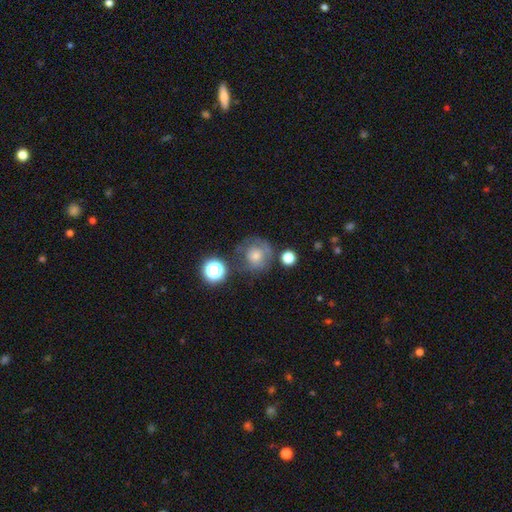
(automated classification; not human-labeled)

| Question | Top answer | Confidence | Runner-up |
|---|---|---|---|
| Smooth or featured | smooth | 46% | featured or disk (39%) |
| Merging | none | 61% | minor disturbance (19%) |